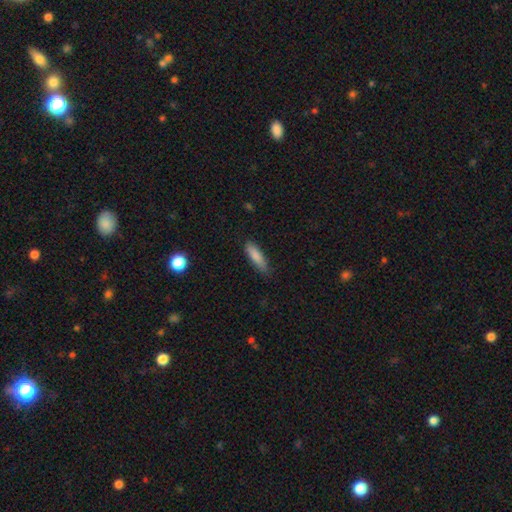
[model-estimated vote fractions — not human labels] A smooth galaxy with no disk features (84%) that is cigar-shaped (61%). Merging: none (77%).